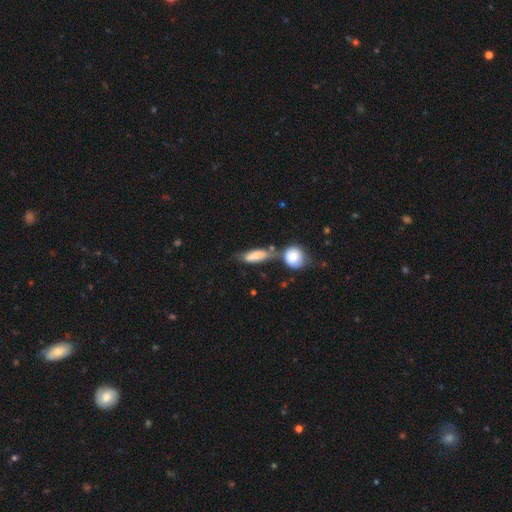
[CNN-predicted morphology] Smooth or featured? Predicted: smooth (p=0.79). How rounded? Predicted: in between (p=0.66). Merging? Predicted: none (p=0.38).